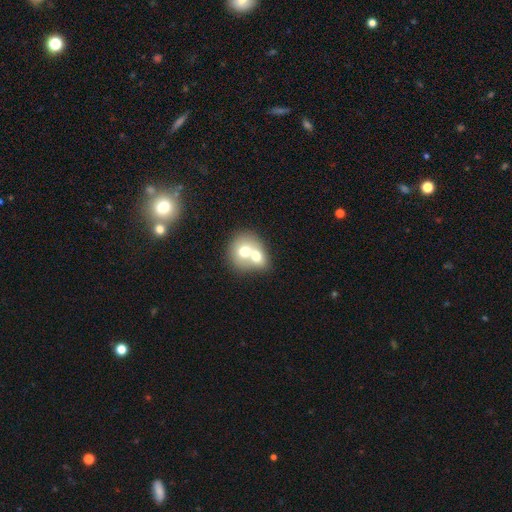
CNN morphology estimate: This is likely a smooth galaxy (65%). How rounded: likely round (65%). Merging: likely merger (73%).